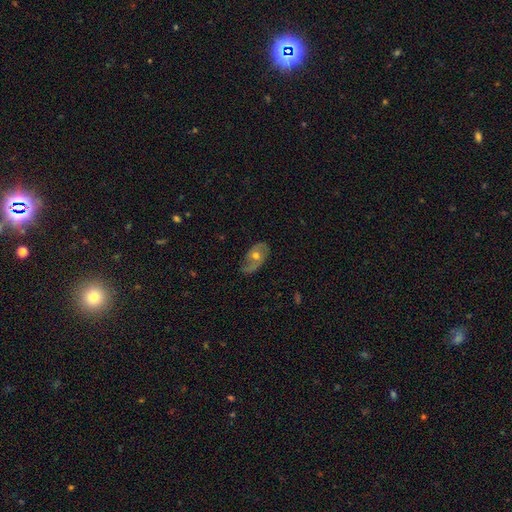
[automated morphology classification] This is likely a featured or disk galaxy (65%). It is clearly not viewed edge-on (93%). Bar: likely no (69%). Spiral arm pattern: likely yes (79%). Central bulge: likely moderate (69%). Merging: likely none (69%).